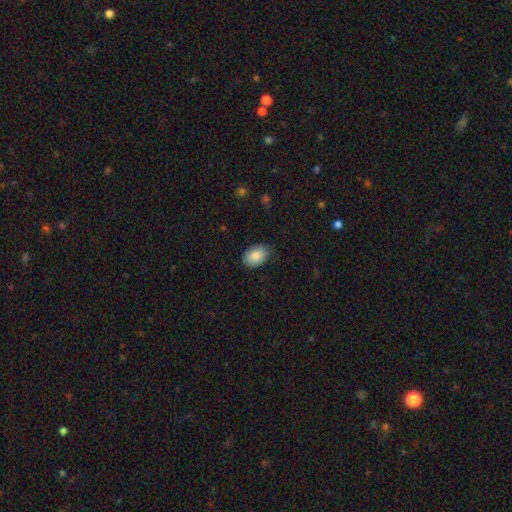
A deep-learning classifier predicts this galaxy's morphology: Smooth or featured: smooth — 88% (star or artifact — 7%)
How rounded: in between — 82% (round — 17%)
Merging: none — 80% (minor disturbance — 16%)